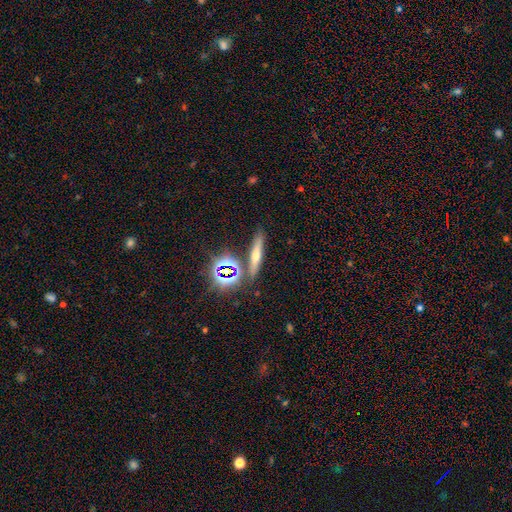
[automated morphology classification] The model was most divided on "smooth or featured": featured or disk: 38%, smooth: 35%, star or artifact: 27%. More confident: merging — none (83%).